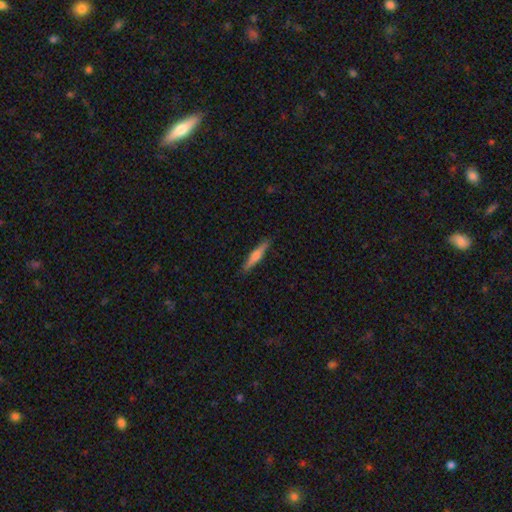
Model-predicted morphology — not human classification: Q: Smooth or featured?
A: featured or disk (49%); runner-up: smooth (45%)
Q: Merging?
A: none (90%); runner-up: minor disturbance (7%)